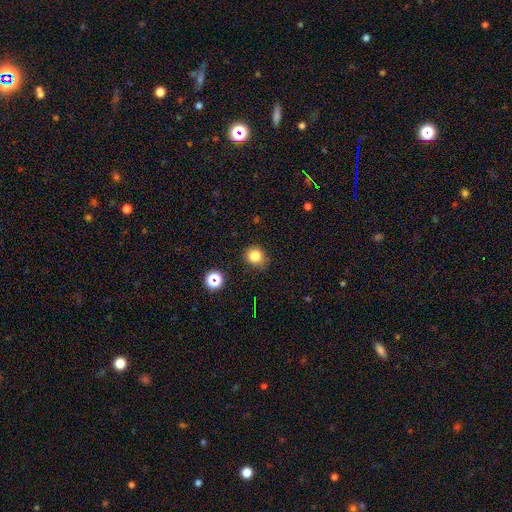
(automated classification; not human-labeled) Morphology: type=smooth (81%); roundness=round (85%); merging=none (82%).